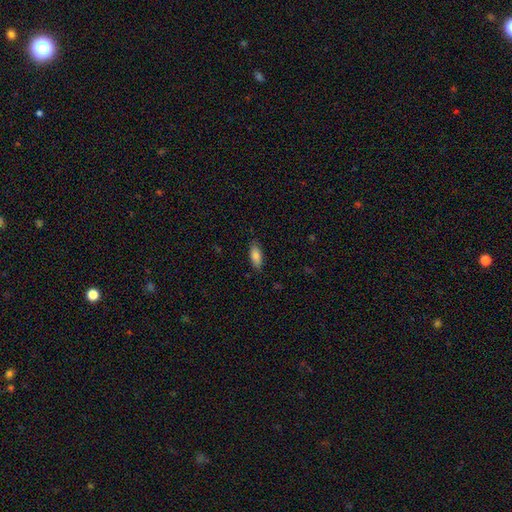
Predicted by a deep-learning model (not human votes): The model was most divided on "how rounded": in between: 81%, cigar-shaped: 16%, round: 2%. More confident: merging — none (83%); smooth or featured — smooth (81%).